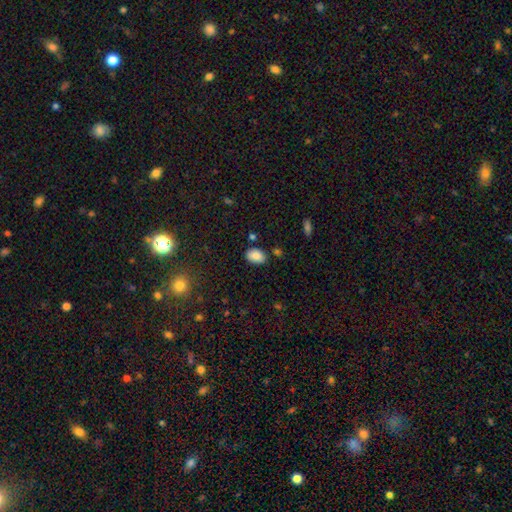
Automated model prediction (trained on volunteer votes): A smooth galaxy with no disk features (87%) that is in between round and cigar-shaped (84%). Merging: none (80%).